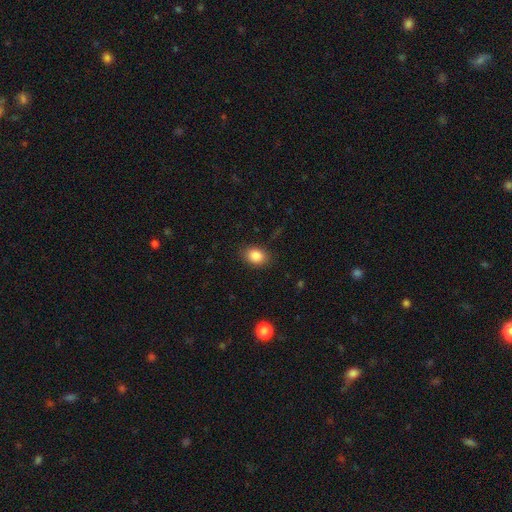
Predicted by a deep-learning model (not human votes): A smooth galaxy with no disk features (85%) that is in between round and cigar-shaped (69%).

Vote fractions:
- Smooth or featured? smooth: 85% / star or artifact: 9% / featured or disk: 6%
- How rounded? in between: 69% / round: 30% / cigar-shaped: 1%
- Merging? none: 86% / minor disturbance: 10% / major disturbance: 3% / merger: 1%